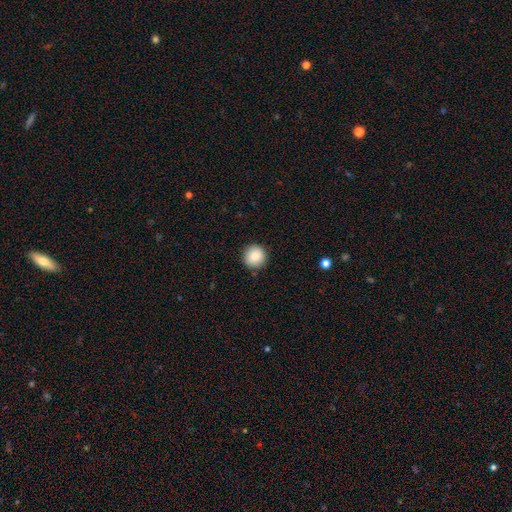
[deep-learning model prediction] smooth_or_featured: smooth (p=0.86) [alt: star or artifact p=0.08]
how_rounded: round (p=0.94) [alt: in between p=0.05]
merging: none (p=0.90) [alt: minor disturbance p=0.07]